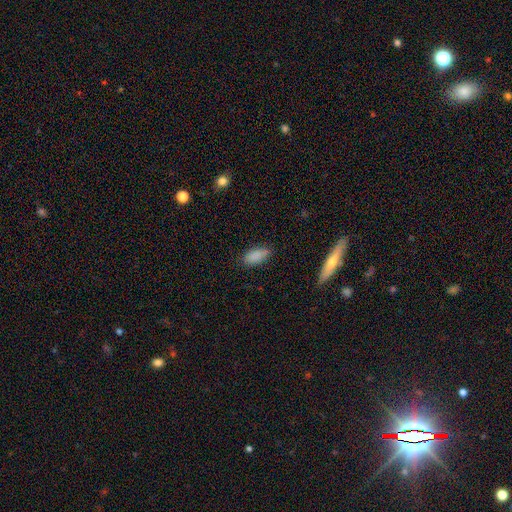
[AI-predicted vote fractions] smooth 86%, star or artifact 8%, featured or disk 6%. Down the decision tree: how rounded — in between (87%); merging — none (75%).